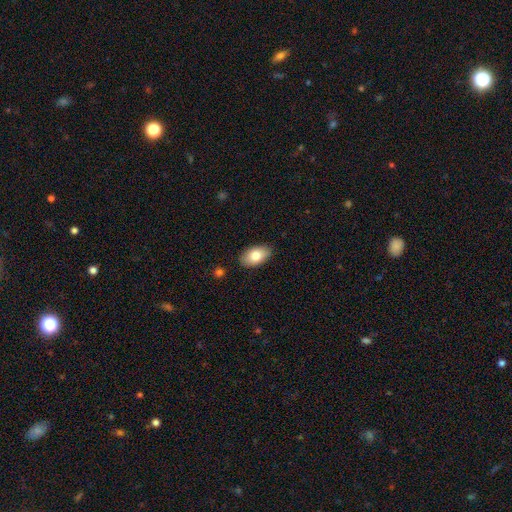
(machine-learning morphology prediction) Smooth or featured? smooth (80%)
How rounded? in between (93%)
Merging? none (87%)